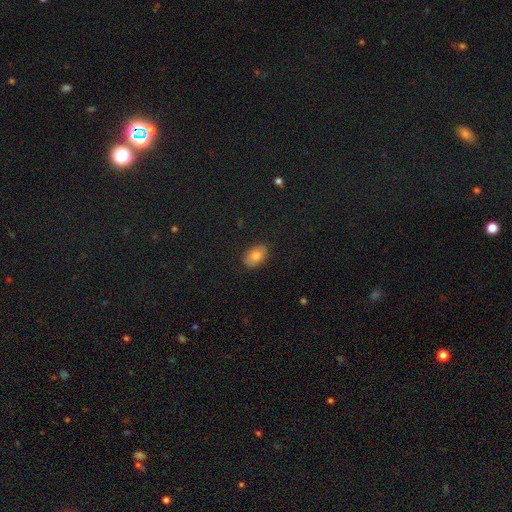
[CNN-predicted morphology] Smooth or featured? Predicted: smooth (p=0.81). How rounded? Predicted: in between (p=0.88). Merging? Predicted: none (p=0.87).